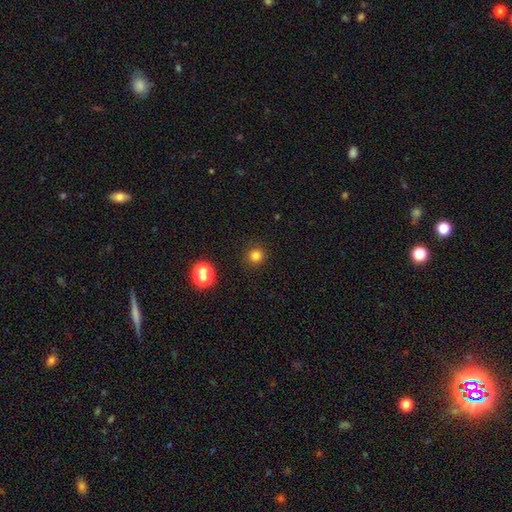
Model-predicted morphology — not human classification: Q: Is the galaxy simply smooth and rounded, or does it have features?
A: smooth — 80%.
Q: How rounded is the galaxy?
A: round — 94%.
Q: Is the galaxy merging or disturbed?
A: none — 91%.